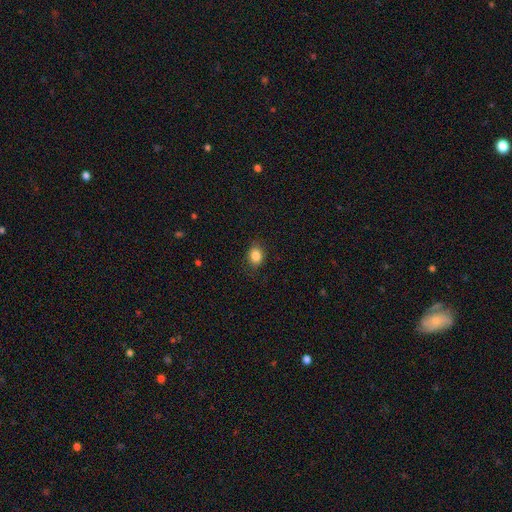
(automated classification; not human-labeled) Q: Smooth or featured?
A: smooth (85%); runner-up: star or artifact (9%)
Q: How rounded?
A: in between (58%); runner-up: round (41%)
Q: Merging?
A: none (82%); runner-up: minor disturbance (14%)